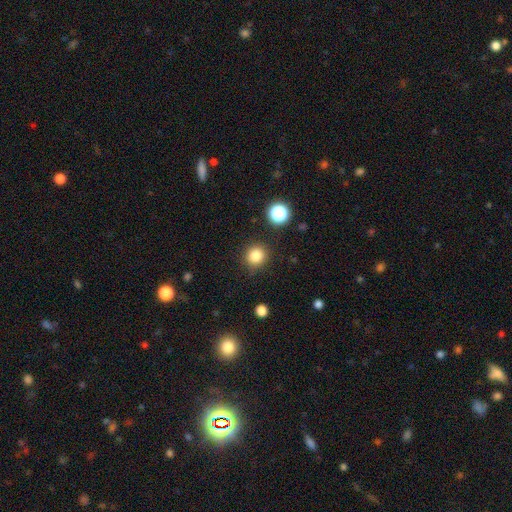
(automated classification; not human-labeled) Q: Smooth or featured?
A: smooth (83%); runner-up: star or artifact (12%)
Q: How rounded?
A: round (91%); runner-up: in between (8%)
Q: Merging?
A: none (87%); runner-up: minor disturbance (8%)